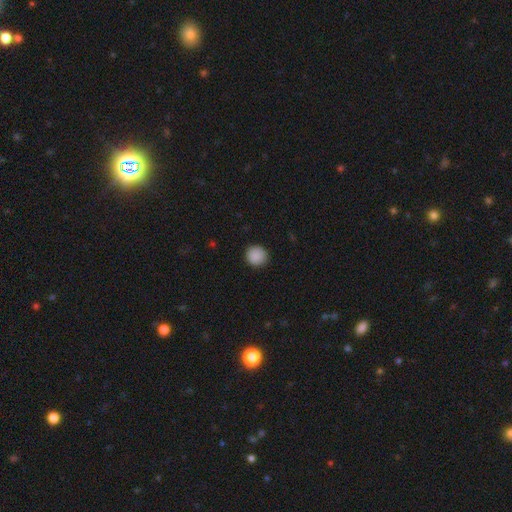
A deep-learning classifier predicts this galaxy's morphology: Q: Smooth or featured?
A: smooth (89%); runner-up: star or artifact (8%)
Q: How rounded?
A: round (92%); runner-up: in between (7%)
Q: Merging?
A: none (90%); runner-up: minor disturbance (7%)